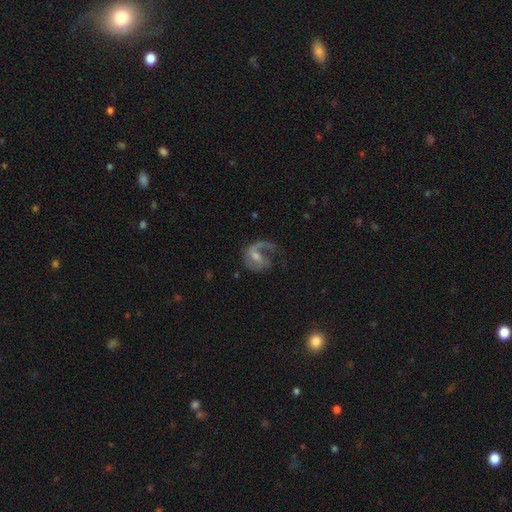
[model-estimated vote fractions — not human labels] smooth_or_featured: featured or disk (p=0.79) [alt: smooth p=0.13]
disk_edge_on: no (p=0.97) [alt: yes p=0.03]
bar: weak (p=0.45) [alt: no p=0.42]
has_spiral_arms: yes (p=0.91) [alt: no p=0.09]
spiral_winding: loose (p=0.44) [alt: medium p=0.40]
spiral_arm_count: 1 (p=0.66) [alt: 2 p=0.26]
bulge_size: small (p=0.47) [alt: moderate p=0.43]
merging: none (p=0.45) [alt: major disturbance p=0.34]